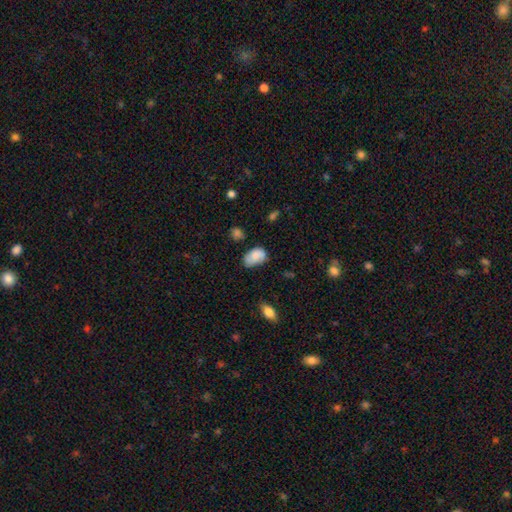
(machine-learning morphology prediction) Smooth or featured? smooth (79%)
How rounded? in between (89%)
Merging? none (53%)